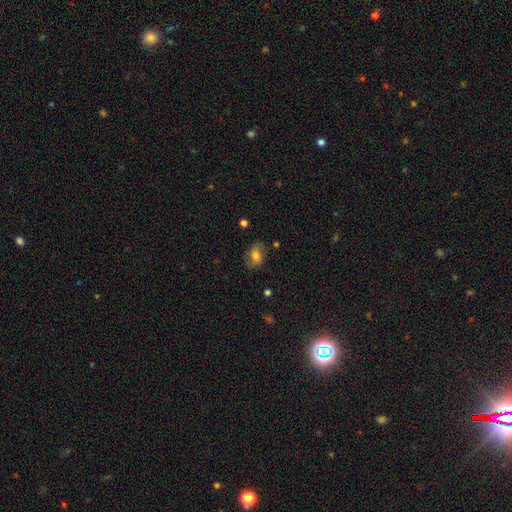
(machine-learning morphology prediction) A smooth galaxy with no disk features (60%) that is in between round and cigar-shaped (76%). Merging: none (70%).